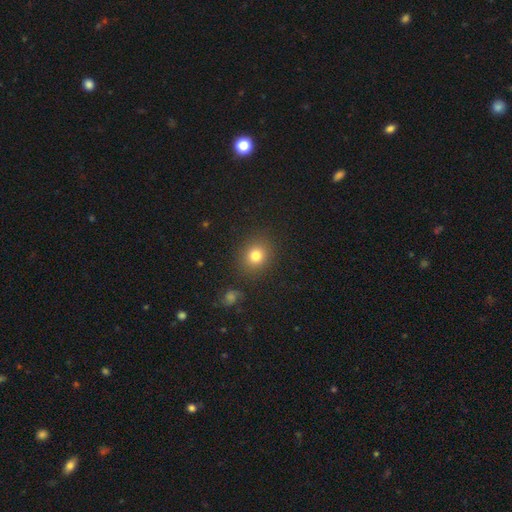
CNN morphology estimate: Overall: smooth (80%). How rounded: round (77%). Merging: none (86%).